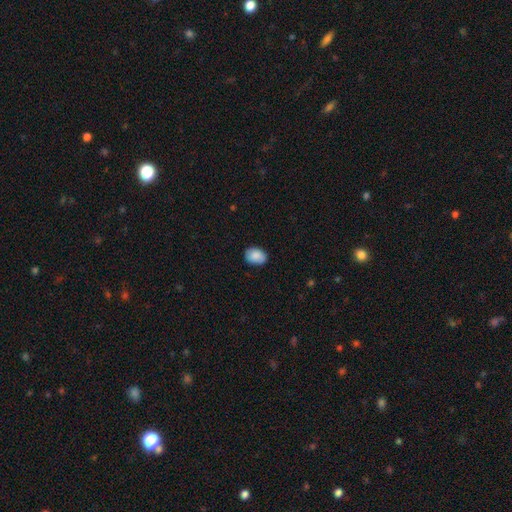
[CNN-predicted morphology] A smooth galaxy with no disk features (88%) that is in between round and cigar-shaped (73%). Merging: none (84%).